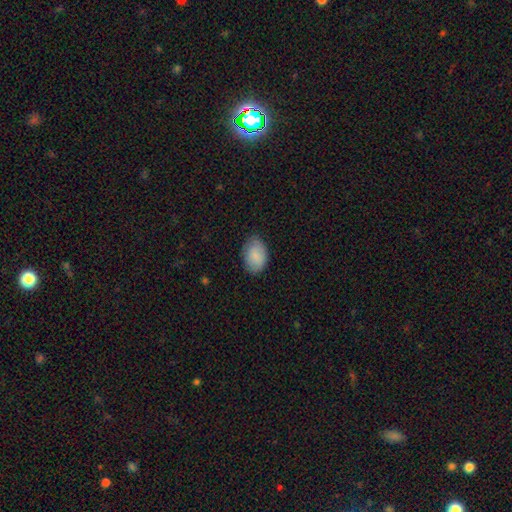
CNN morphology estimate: Q: Smooth or featured?
A: smooth (87%); runner-up: featured or disk (7%)
Q: How rounded?
A: in between (87%); runner-up: round (12%)
Q: Merging?
A: none (78%); runner-up: minor disturbance (17%)